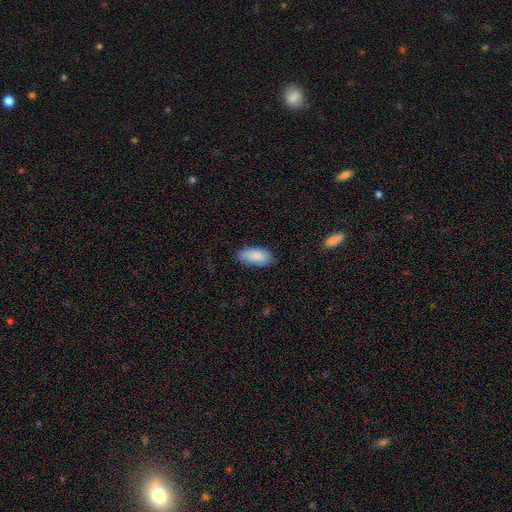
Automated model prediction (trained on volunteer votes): This appears to be a smooth galaxy with no disk features (88%) that is in between round and cigar-shaped (90%). Merging: none (80%).